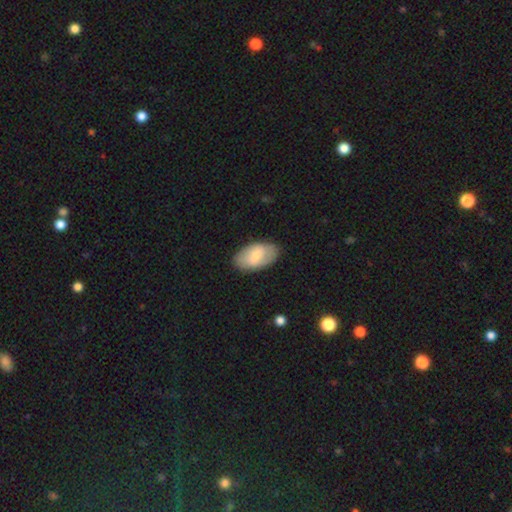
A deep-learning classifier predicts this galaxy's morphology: This appears to be a smooth galaxy with no disk features (65%) that is in between round and cigar-shaped (94%). Merging: none (83%).